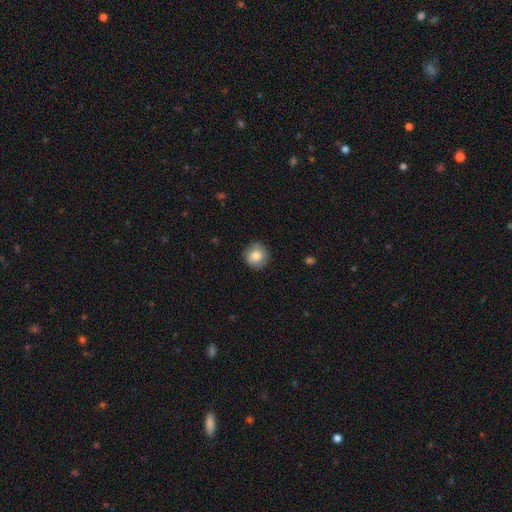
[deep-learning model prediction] Smooth or featured: smooth — 80% (featured or disk — 12%)
How rounded: round — 92% (in between — 7%)
Merging: none — 86% (minor disturbance — 11%)